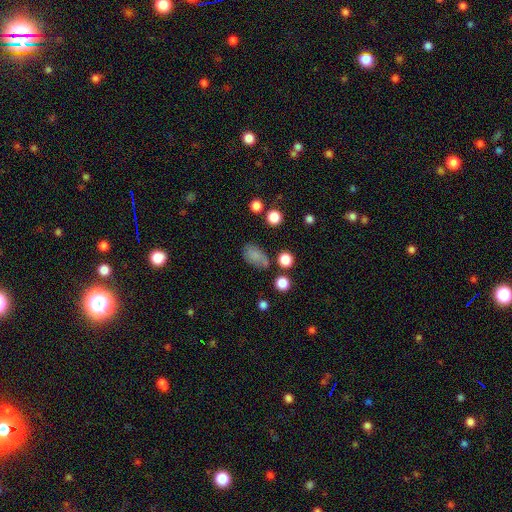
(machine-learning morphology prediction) Overall: smooth (76%). How rounded: in between (86%). Merging: none (58%; minor disturbance 25%).